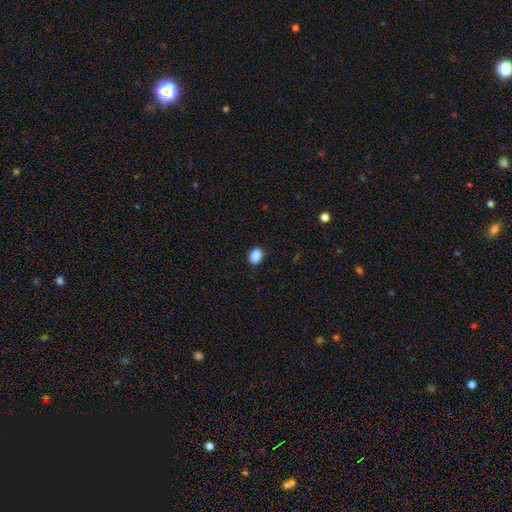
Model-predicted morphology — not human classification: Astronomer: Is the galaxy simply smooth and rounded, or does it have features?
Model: smooth — 88%.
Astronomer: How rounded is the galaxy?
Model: in between — 58% (runner-up: round, 41%).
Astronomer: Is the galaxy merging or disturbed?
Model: none — 89%.